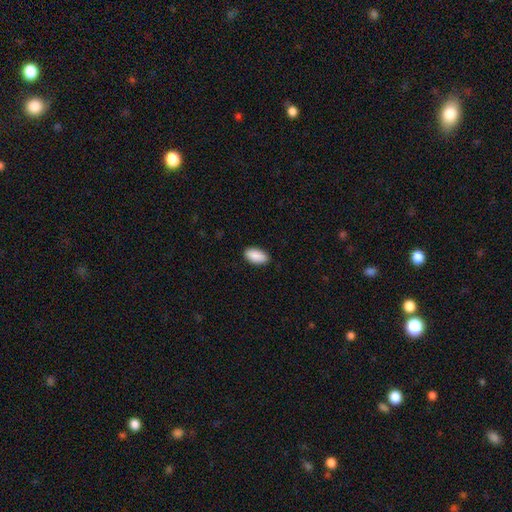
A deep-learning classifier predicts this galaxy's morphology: type=smooth (91%); roundness=in between (95%); merging=none (87%).